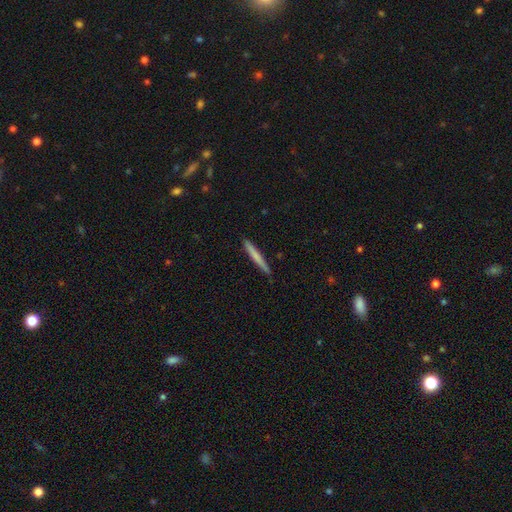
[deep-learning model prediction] Smooth or featured: smooth — 64% (featured or disk — 31%)
How rounded: cigar-shaped — 97% (in between — 2%)
Merging: none — 88% (minor disturbance — 9%)